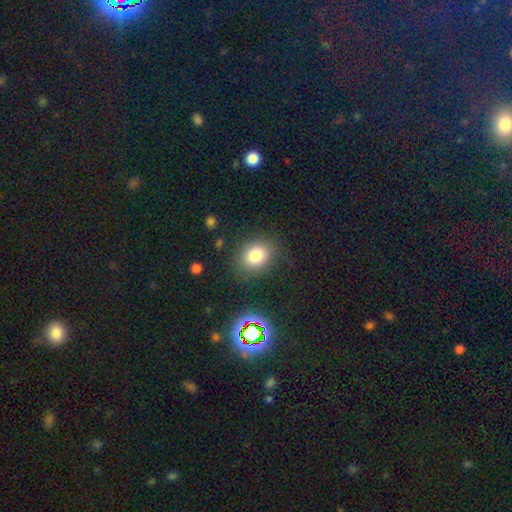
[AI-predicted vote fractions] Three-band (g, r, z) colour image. It shows a smooth galaxy with no disk features (79%) that is round (55%). Merging: none (82%).